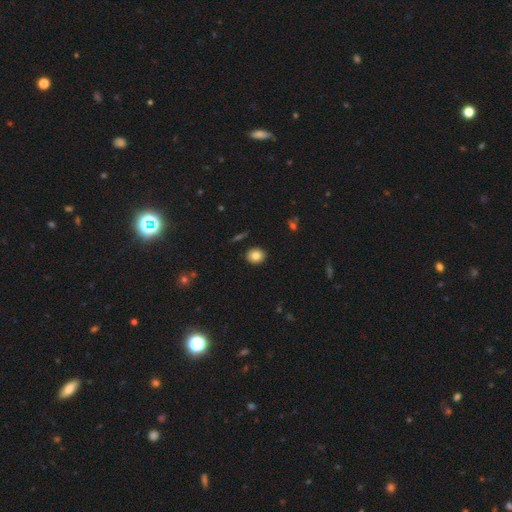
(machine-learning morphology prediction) Overall: smooth (82%). How rounded: round (72%). Merging: none (90%).